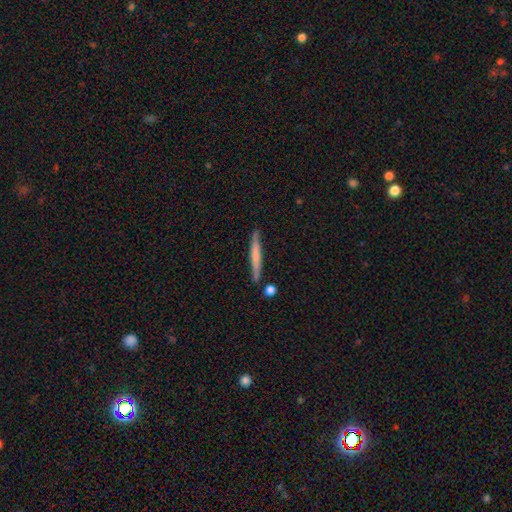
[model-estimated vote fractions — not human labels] smooth_or_featured: smooth (p=0.59) [alt: featured or disk p=0.35]
how_rounded: cigar-shaped (p=0.96) [alt: in between p=0.03]
merging: none (p=0.81) [alt: minor disturbance p=0.12]